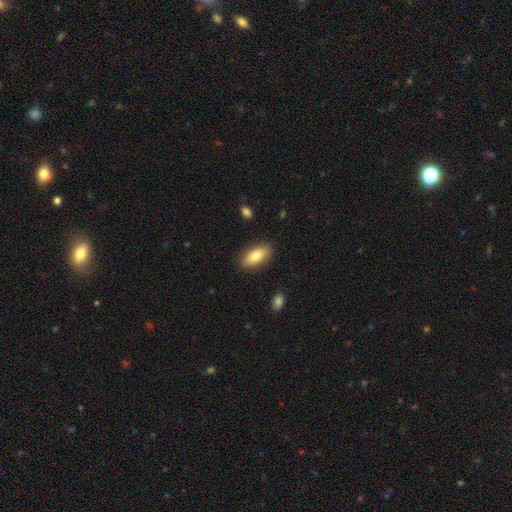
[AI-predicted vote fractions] Smooth or featured? smooth (78%)
How rounded? in between (85%)
Merging? none (87%)